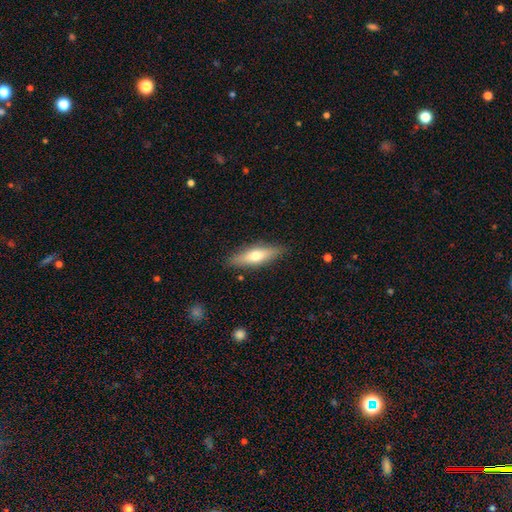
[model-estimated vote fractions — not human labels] This appears to be a smooth galaxy with no disk features (59%) that is cigar-shaped (58%). Merging: none (86%).